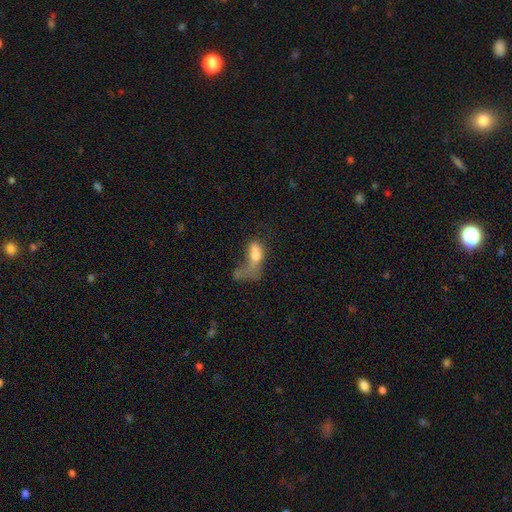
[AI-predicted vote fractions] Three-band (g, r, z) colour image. It shows a smooth galaxy with no disk features (56%) that is in between round and cigar-shaped (72%). Merging: major disturbance (51%).